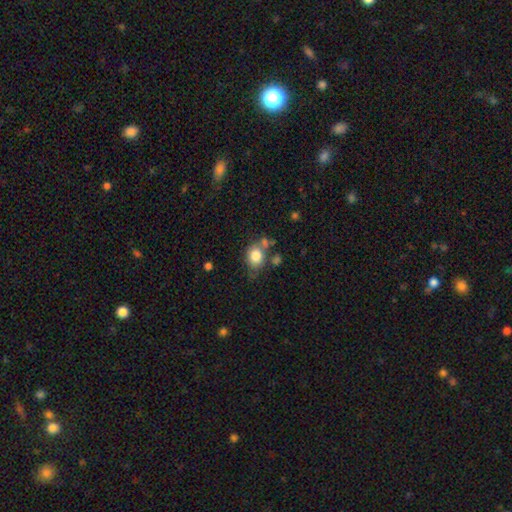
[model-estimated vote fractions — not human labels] Smooth or featured? smooth (81%)
How rounded? round (51%)
Merging? none (56%)